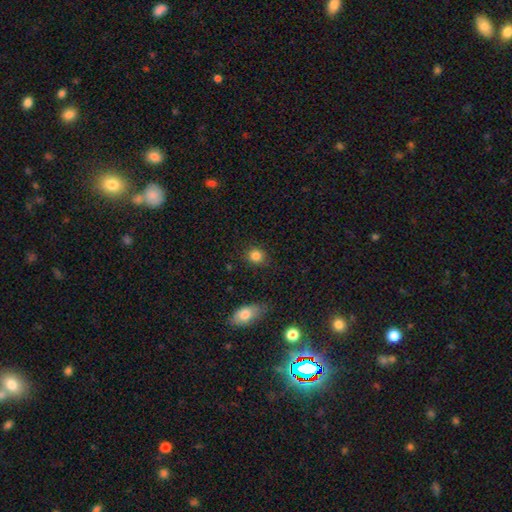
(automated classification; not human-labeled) Smooth or featured? Predicted: smooth (p=0.85). How rounded? Predicted: round (p=0.74). Merging? Predicted: none (p=0.86).